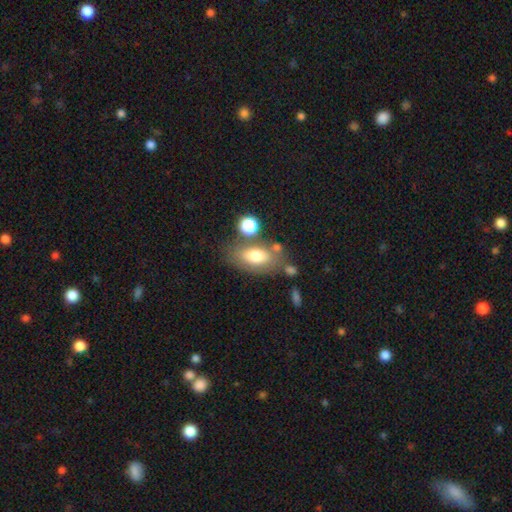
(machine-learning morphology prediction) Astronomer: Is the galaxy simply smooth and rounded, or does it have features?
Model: smooth — 71%.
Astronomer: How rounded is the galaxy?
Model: in between — 87%.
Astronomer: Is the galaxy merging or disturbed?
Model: none — 63%.